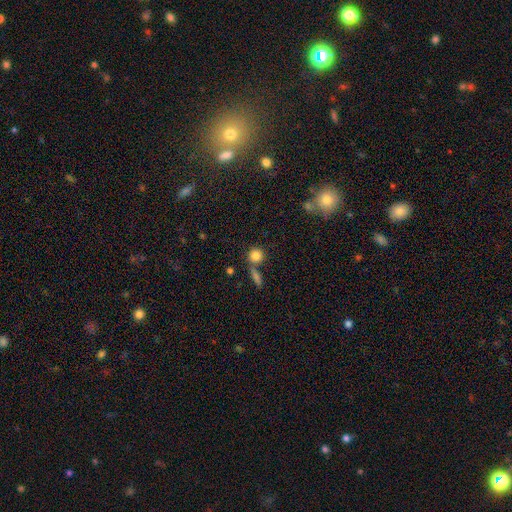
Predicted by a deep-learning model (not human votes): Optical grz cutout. It shows a smooth galaxy with no disk features (83%) that is round (88%). Merging: none (65%).